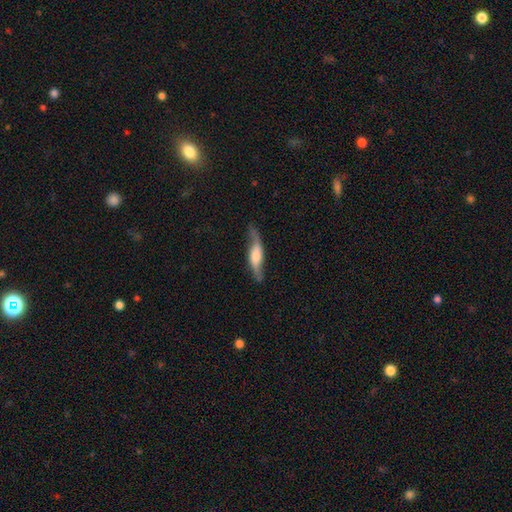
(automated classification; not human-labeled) Smooth or featured? featured or disk (67%)
Edge-on disk? yes (54%)
Merging? none (71%)